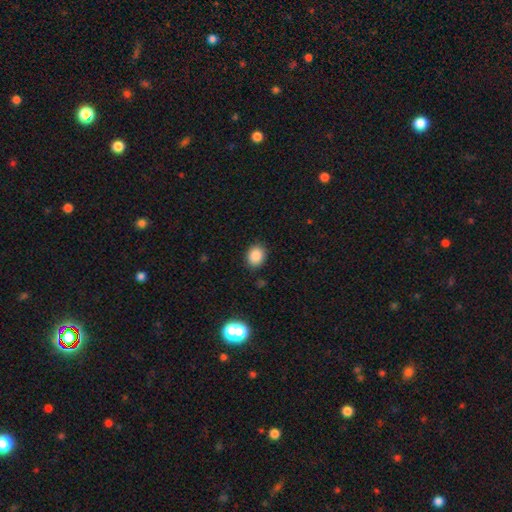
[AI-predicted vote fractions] smooth 86%, star or artifact 10%, featured or disk 4%. Down the decision tree: how rounded — round (58%); merging — none (87%).